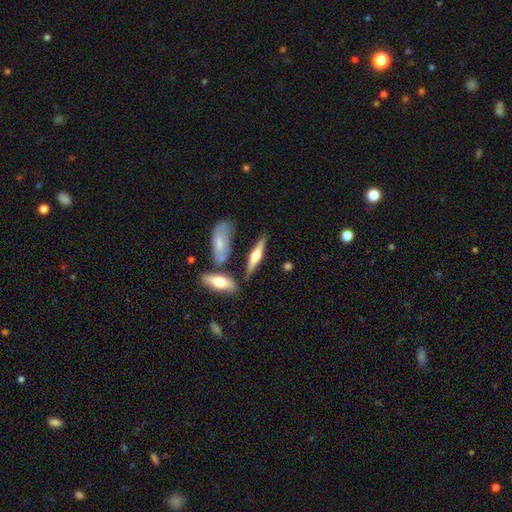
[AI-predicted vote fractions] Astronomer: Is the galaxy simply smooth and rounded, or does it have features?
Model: featured or disk — 62%.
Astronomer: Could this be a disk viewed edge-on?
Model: yes — 94%.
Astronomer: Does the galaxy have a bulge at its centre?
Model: rounded — 92%.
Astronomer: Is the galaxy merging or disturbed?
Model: none — 72%.